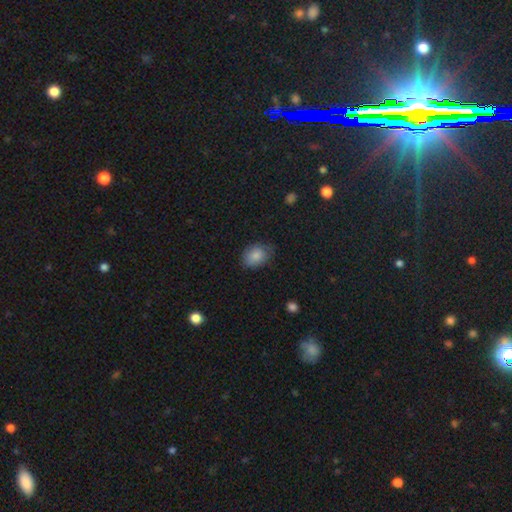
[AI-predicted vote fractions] Smooth or featured? smooth (85%)
How rounded? in between (76%)
Merging? none (70%)